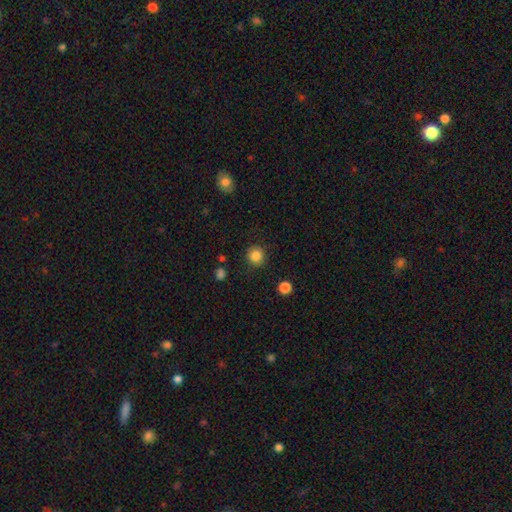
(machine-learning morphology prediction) type=smooth (85%); roundness=round (92%); merging=none (89%).